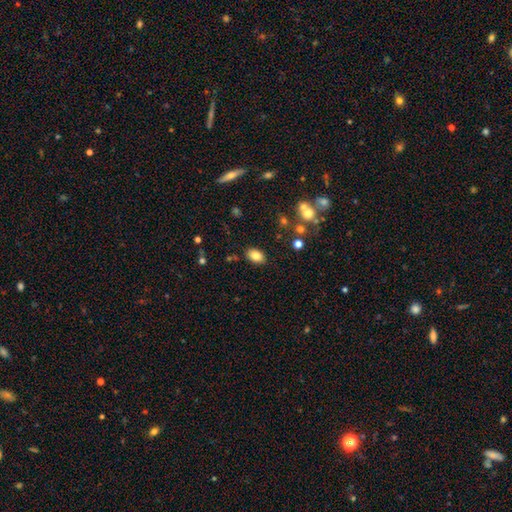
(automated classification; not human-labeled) Smooth or featured? Predicted: smooth (p=0.82). How rounded? Predicted: in between (p=0.86). Merging? Predicted: none (p=0.84).